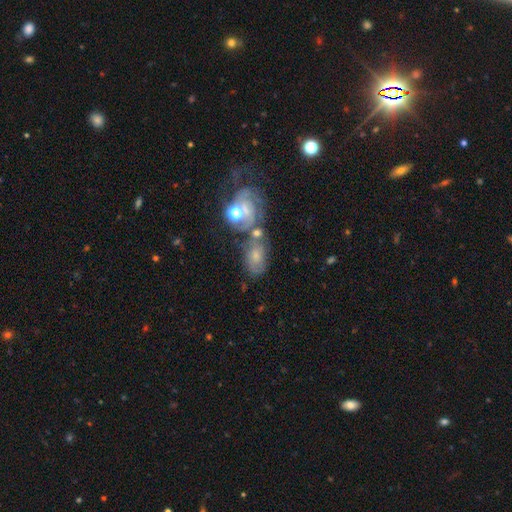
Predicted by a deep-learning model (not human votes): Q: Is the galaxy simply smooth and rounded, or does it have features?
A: featured or disk — 41%, tied with smooth.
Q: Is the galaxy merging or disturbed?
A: none — 37%.